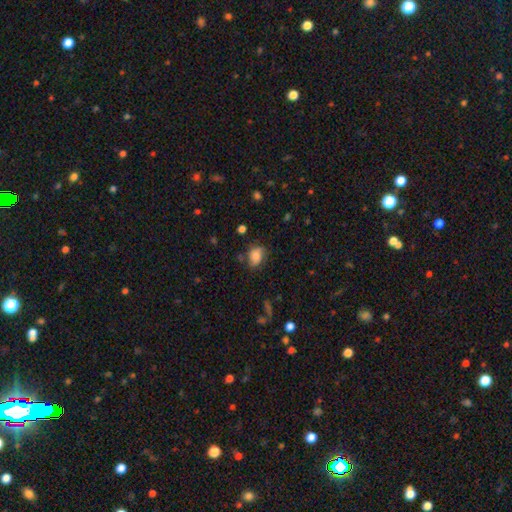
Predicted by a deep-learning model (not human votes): smooth-or-featured: smooth: 73% | featured or disk: 17% | star or artifact: 10%
  how-rounded: in between: 65% | round: 34% | cigar-shaped: 1%
  merging: none: 60% | minor disturbance: 27% | major disturbance: 10% | merger: 3%